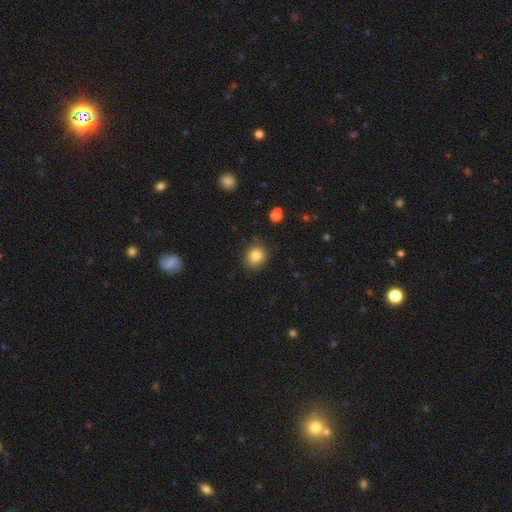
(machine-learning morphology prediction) This is clearly a smooth galaxy (83%). How rounded: likely round (78%). Merging: clearly none (85%).